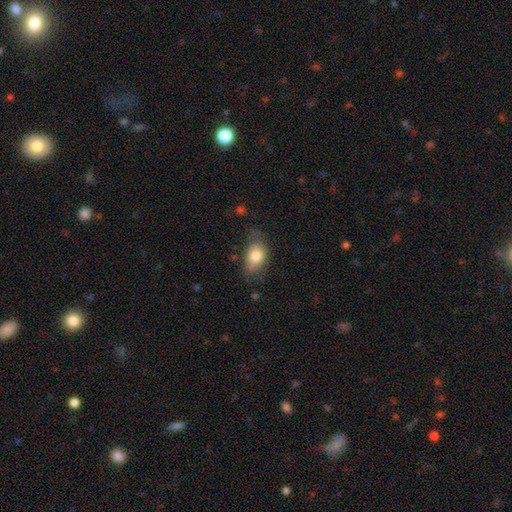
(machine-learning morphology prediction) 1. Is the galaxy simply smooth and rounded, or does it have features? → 79% smooth, 14% featured or disk, 8% star or artifact.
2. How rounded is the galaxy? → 84% in between, 13% round, 3% cigar-shaped.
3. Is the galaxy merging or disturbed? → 58% none, 30% minor disturbance, 10% major disturbance, 2% merger.